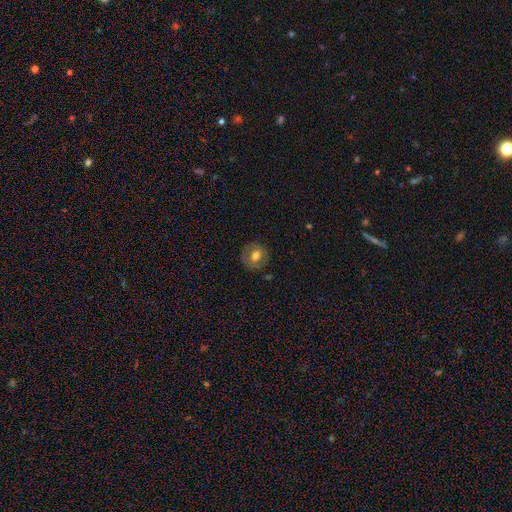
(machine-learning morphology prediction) smooth 64%, featured or disk 28%, star or artifact 8%. Down the decision tree: how rounded — round (89%); merging — none (86%).